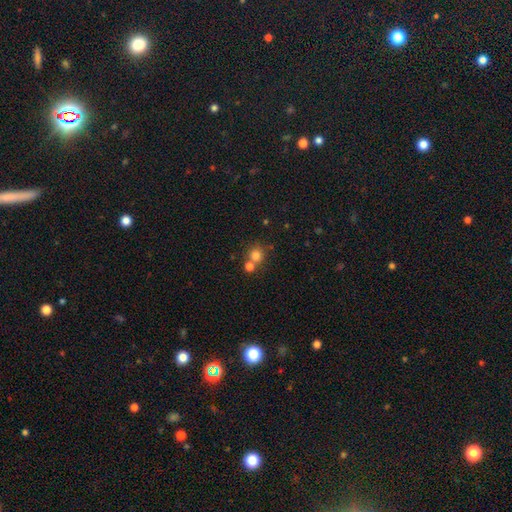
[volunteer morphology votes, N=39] Q: Smooth or featured?
A: smooth (100%)
Q: How rounded?
A: round (90%); runner-up: in between (10%)
Q: Merging?
A: none (59%); runner-up: merger (23%)